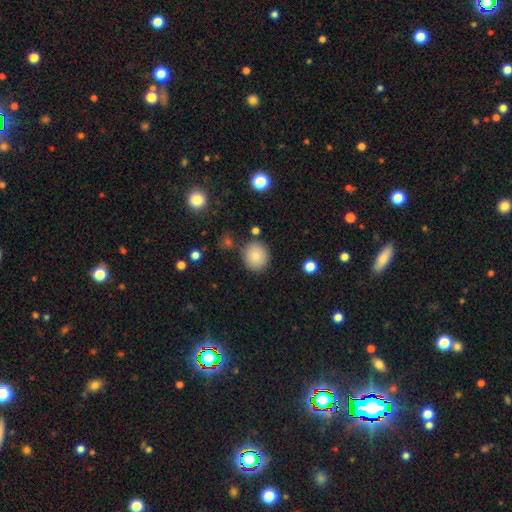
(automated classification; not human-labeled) smooth 84%, star or artifact 10%, featured or disk 6%. Down the decision tree: how rounded — round (79%); merging — none (82%).